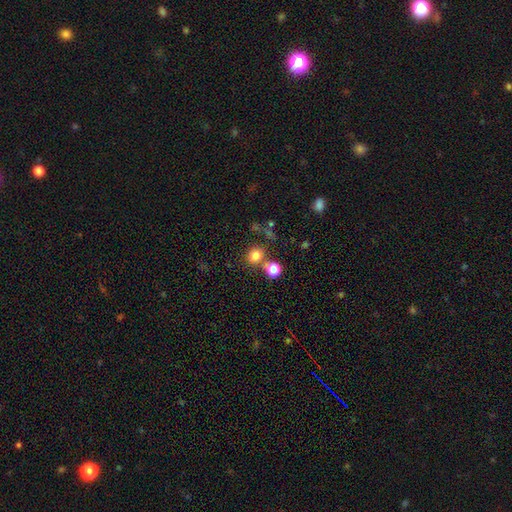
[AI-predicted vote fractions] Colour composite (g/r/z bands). It shows a smooth galaxy with no disk features (78%) that is round (75%). Merging: none (65%).